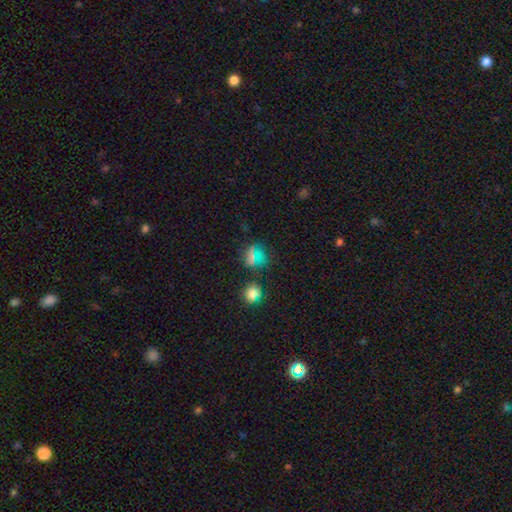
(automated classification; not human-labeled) smooth_or_featured: smooth (p=0.50) [alt: star or artifact p=0.40]
how_rounded: round (p=0.75) [alt: in between p=0.22]
merging: none (p=0.75) [alt: minor disturbance p=0.14]